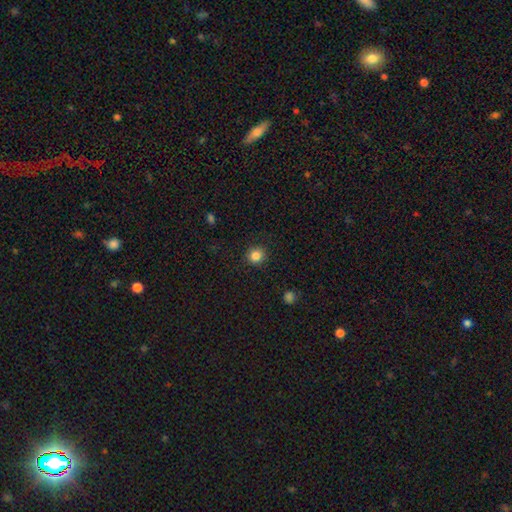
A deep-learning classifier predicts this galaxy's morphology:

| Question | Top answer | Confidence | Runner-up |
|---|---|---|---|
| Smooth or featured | smooth | 85% | star or artifact (11%) |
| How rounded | round | 92% | in between (7%) |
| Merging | none | 90% | minor disturbance (6%) |